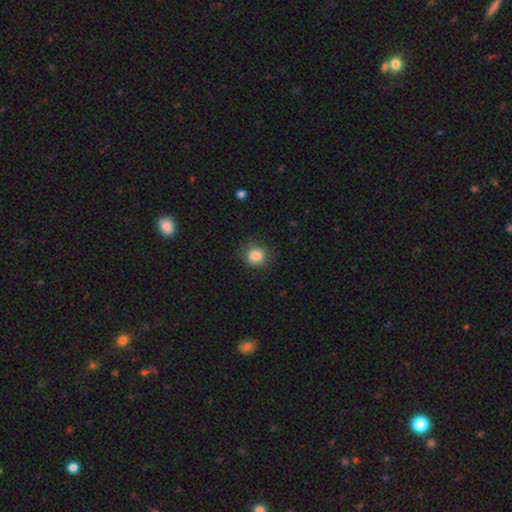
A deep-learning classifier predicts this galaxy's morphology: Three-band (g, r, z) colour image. It shows a smooth galaxy with no disk features (86%) that is round (80%). Merging: none (80%).